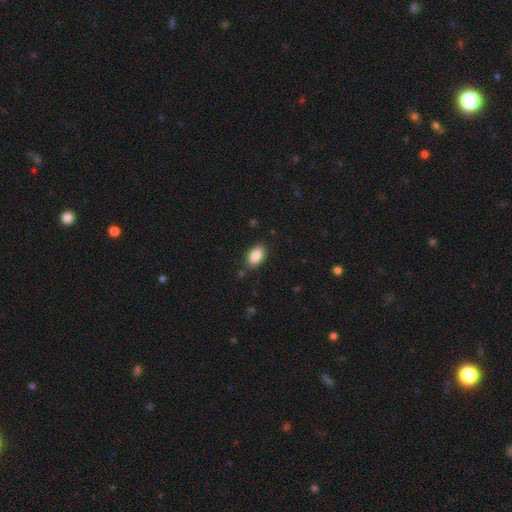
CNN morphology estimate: type=smooth (87%); roundness=in between (92%); merging=none (86%).